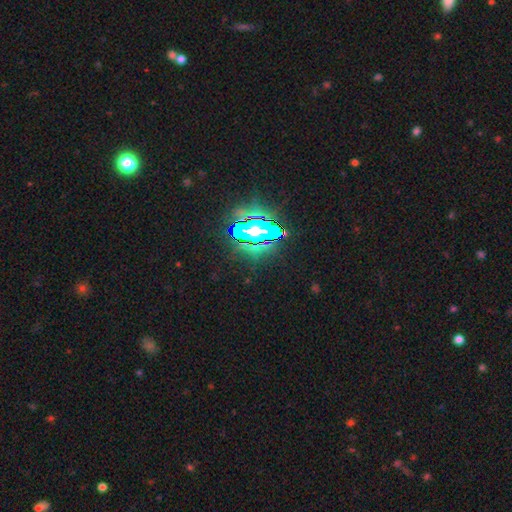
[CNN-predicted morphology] Smooth or featured?
  - star or artifact: 84% *
  - smooth: 9%
  - featured or disk: 7%